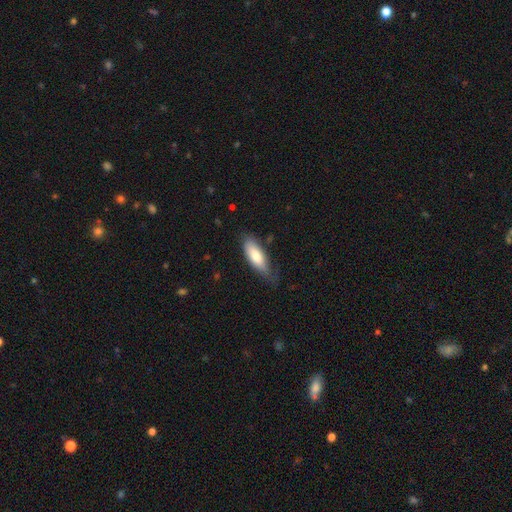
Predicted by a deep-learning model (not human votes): Smooth or featured? smooth (77%)
How rounded? in between (66%)
Merging? none (62%)